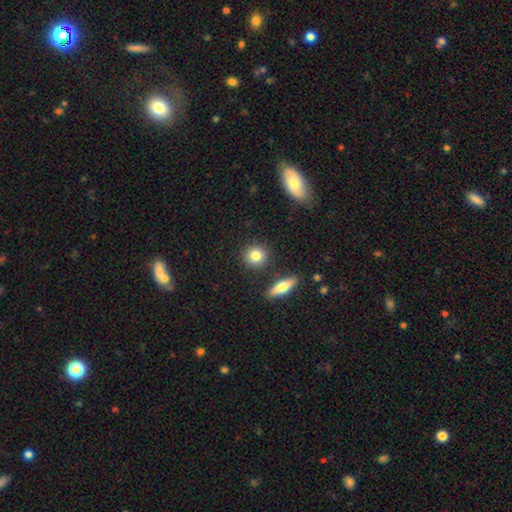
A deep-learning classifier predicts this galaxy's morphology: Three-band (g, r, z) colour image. It shows a smooth galaxy with no disk features (83%) that is round (84%). Merging: none (86%).